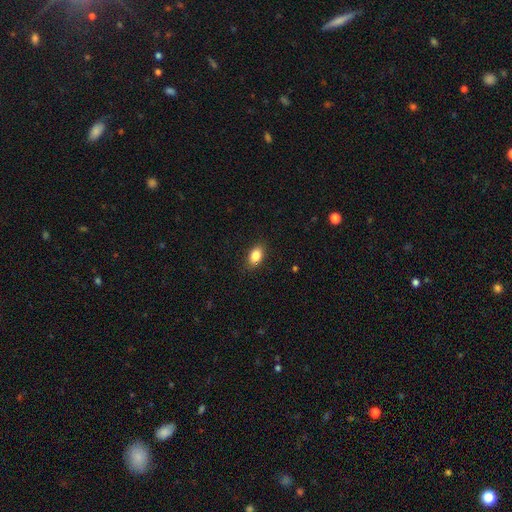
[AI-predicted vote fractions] smooth-or-featured: smooth: 86% | star or artifact: 8% | featured or disk: 6%
  how-rounded: in between: 84% | round: 14% | cigar-shaped: 2%
  merging: none: 86% | minor disturbance: 11% | major disturbance: 3% | merger: 1%